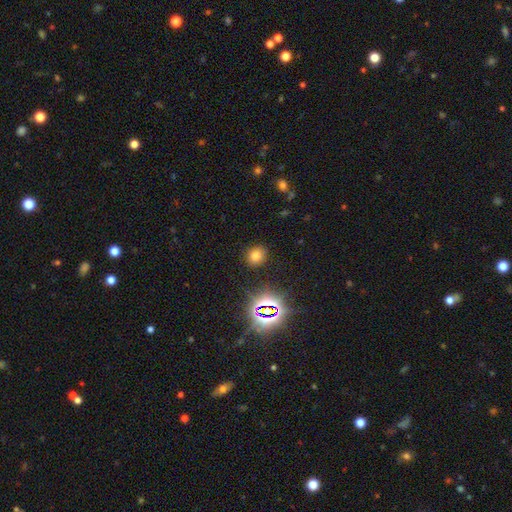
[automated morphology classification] Q: Smooth or featured?
A: smooth (71%); runner-up: star or artifact (22%)
Q: How rounded?
A: round (67%); runner-up: in between (32%)
Q: Merging?
A: none (87%); runner-up: minor disturbance (8%)